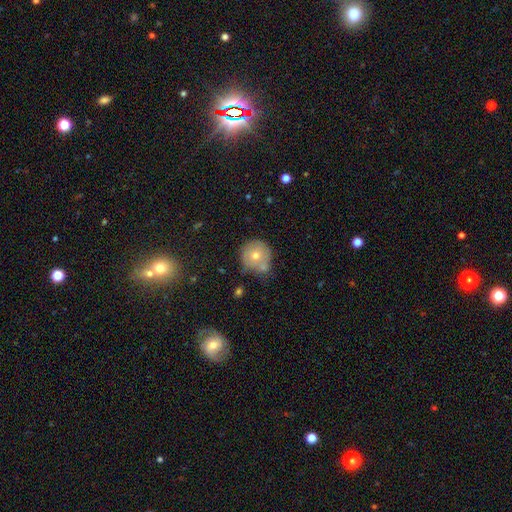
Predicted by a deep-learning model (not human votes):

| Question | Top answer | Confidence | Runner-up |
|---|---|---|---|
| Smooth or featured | smooth | 61% | featured or disk (25%) |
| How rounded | round | 91% | in between (8%) |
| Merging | none | 61% | minor disturbance (17%) |